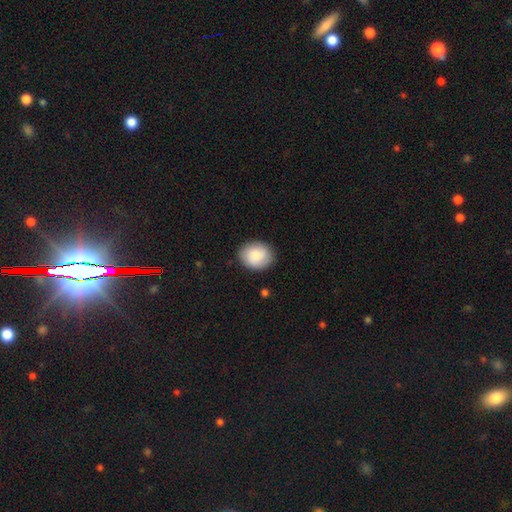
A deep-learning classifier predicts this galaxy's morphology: Smooth or featured? Predicted: smooth (p=0.81). How rounded? Predicted: round (p=0.59). Merging? Predicted: none (p=0.86).